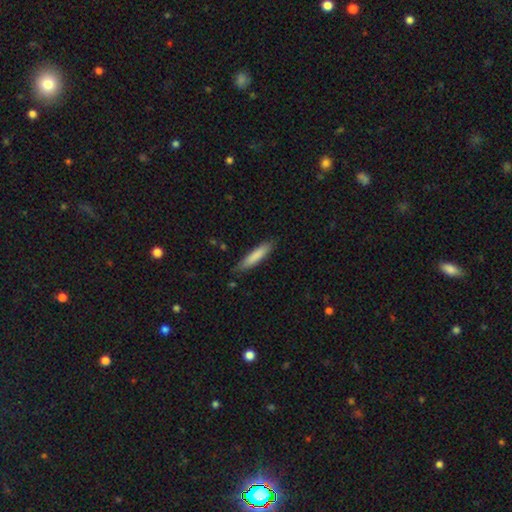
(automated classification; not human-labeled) smooth-or-featured: smooth: 82% | featured or disk: 12% | star or artifact: 5%
  how-rounded: cigar-shaped: 85% | in between: 14% | round: 1%
  merging: none: 83% | minor disturbance: 13% | major disturbance: 2% | merger: 1%